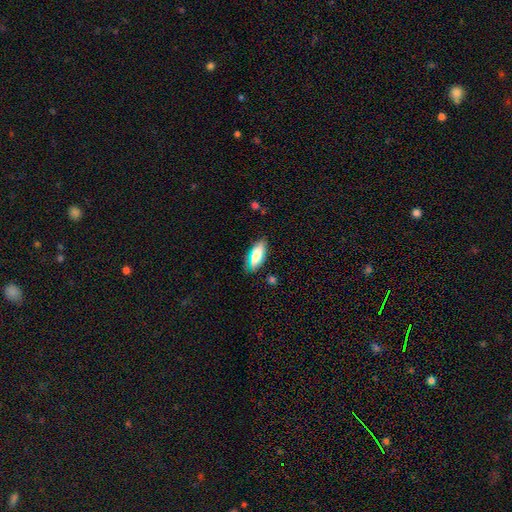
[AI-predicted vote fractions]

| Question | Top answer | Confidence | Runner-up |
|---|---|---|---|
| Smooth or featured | smooth | 70% | featured or disk (22%) |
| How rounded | in between | 78% | cigar-shaped (19%) |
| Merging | none | 72% | minor disturbance (20%) |